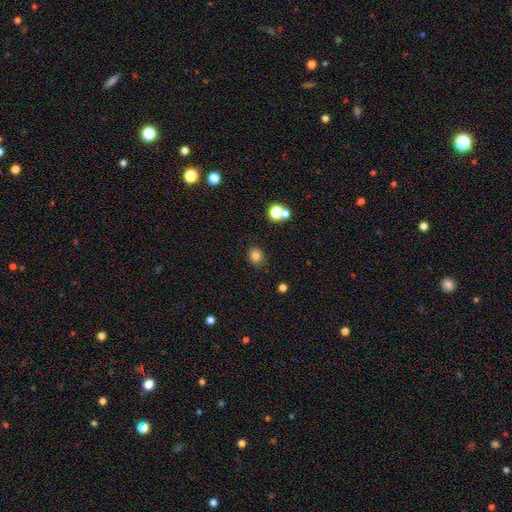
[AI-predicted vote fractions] A smooth galaxy with no disk features (81%) that is round (78%).

Vote fractions:
- Smooth or featured? smooth: 81% / star or artifact: 13% / featured or disk: 6%
- How rounded? round: 78% / in between: 21% / cigar-shaped: 1%
- Merging? none: 86% / minor disturbance: 9% / merger: 3% / major disturbance: 3%